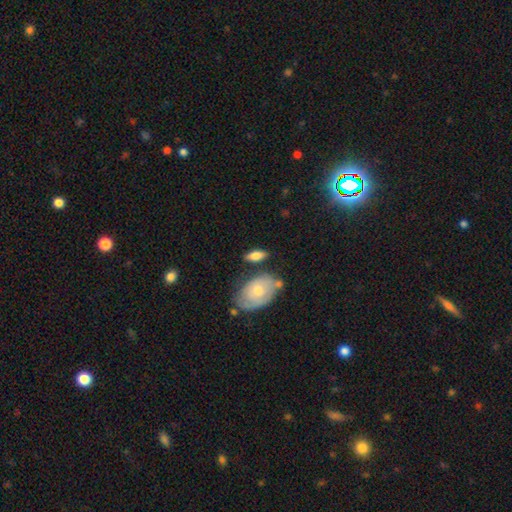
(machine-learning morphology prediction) A smooth galaxy with no disk features (73%) that is in between round and cigar-shaped (81%).

Vote fractions:
- Smooth or featured? smooth: 73% / featured or disk: 21% / star or artifact: 6%
- How rounded? in between: 81% / cigar-shaped: 15% / round: 5%
- Merging? none: 67% / minor disturbance: 18% / merger: 9% / major disturbance: 5%